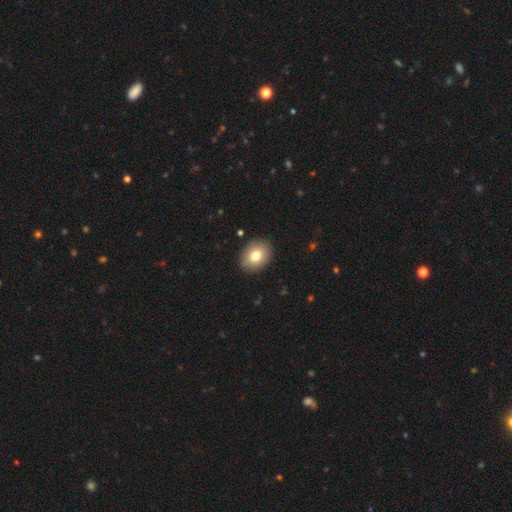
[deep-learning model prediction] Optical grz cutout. It shows a smooth galaxy with no disk features (78%) that is in between round and cigar-shaped (56%). Merging: none (88%).